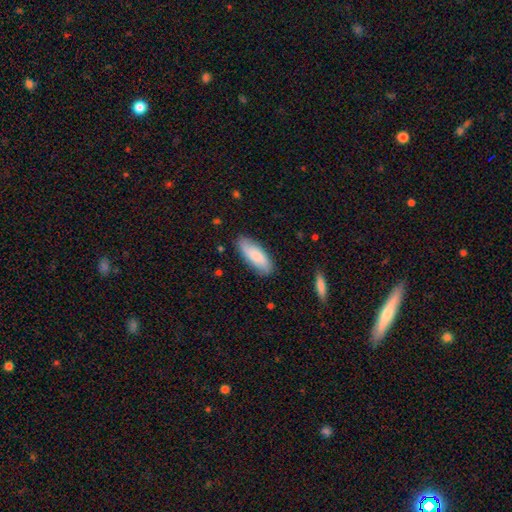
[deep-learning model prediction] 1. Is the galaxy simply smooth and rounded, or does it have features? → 75% smooth, 19% featured or disk, 6% star or artifact.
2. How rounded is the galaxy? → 72% in between, 26% cigar-shaped, 2% round.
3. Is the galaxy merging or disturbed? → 82% none, 14% minor disturbance, 3% major disturbance, 1% merger.